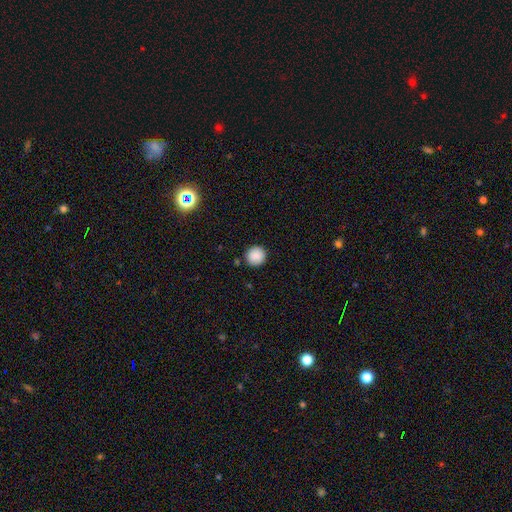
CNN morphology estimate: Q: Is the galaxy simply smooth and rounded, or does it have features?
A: smooth — 88%.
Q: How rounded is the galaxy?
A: round — 94%.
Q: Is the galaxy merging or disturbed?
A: none — 91%.